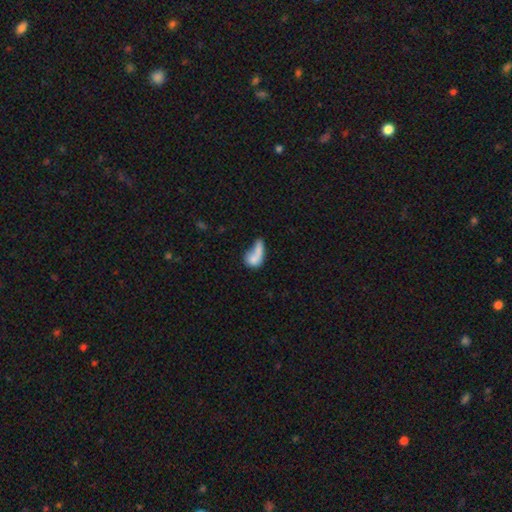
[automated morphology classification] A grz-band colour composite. It shows a smooth galaxy with no disk features (70%) that is in between round and cigar-shaped (64%). Merging: merger (42%).